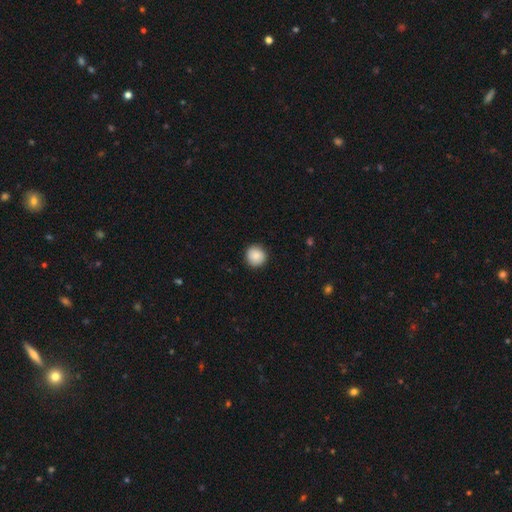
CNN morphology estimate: Overall: smooth (86%). How rounded: round (93%). Merging: none (90%).